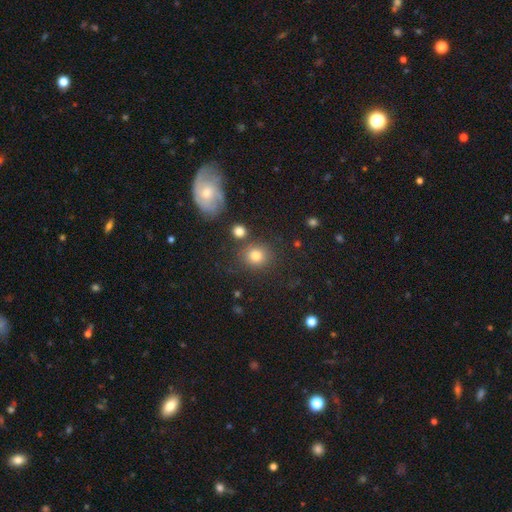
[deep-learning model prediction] Smooth or featured? smooth (78%)
How rounded? round (84%)
Merging? none (77%)